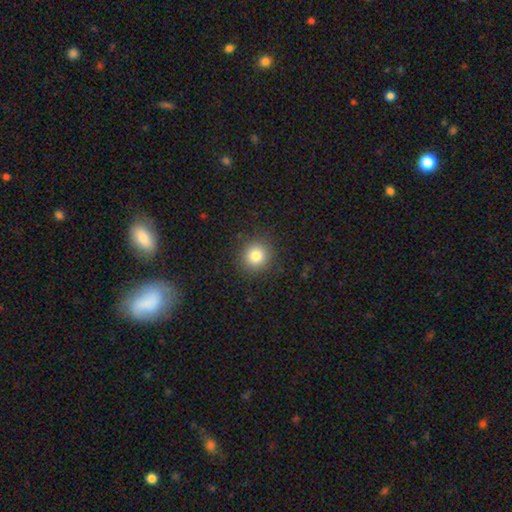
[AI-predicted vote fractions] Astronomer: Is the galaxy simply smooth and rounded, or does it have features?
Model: smooth — 81%.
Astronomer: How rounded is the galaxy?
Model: round — 90%.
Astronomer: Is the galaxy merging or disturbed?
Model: none — 90%.